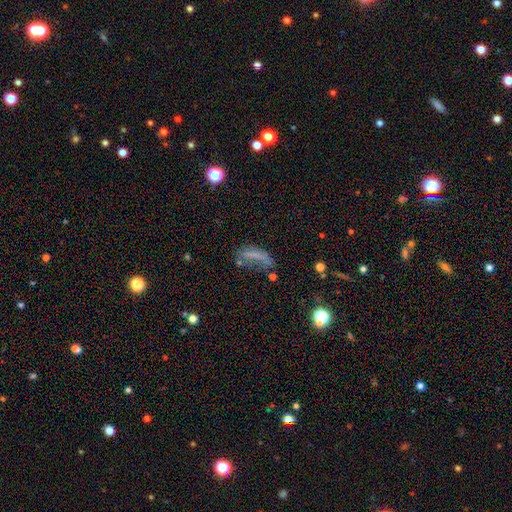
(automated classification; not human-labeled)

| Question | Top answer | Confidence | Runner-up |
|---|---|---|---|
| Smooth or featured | smooth | 53% | featured or disk (29%) |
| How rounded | in between | 51% | cigar-shaped (43%) |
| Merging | major disturbance | 37% | none (31%) |